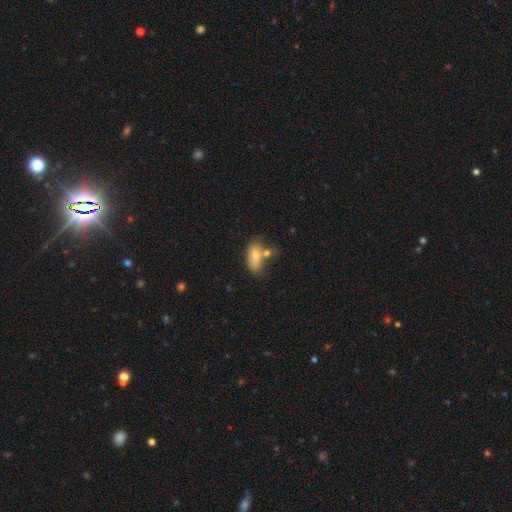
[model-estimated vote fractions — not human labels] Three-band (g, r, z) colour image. It shows a smooth galaxy with no disk features (72%) that is in between round and cigar-shaped (86%). Merging: merger (37%).